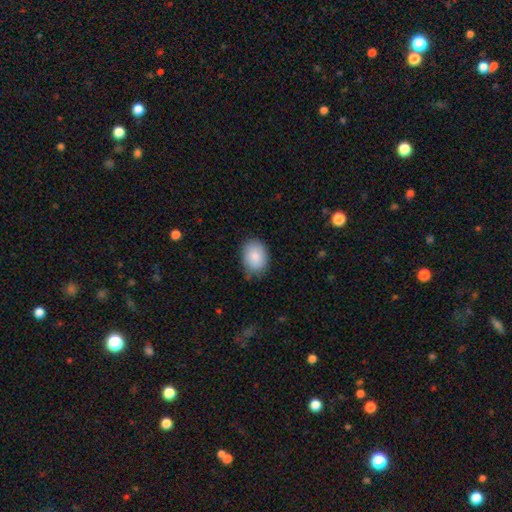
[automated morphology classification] Overall: smooth (86%). How rounded: in between (73%). Merging: none (72%).